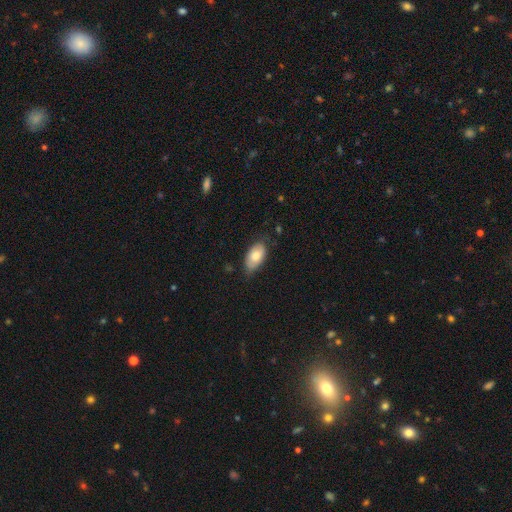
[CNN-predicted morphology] Overall: smooth (76%). How rounded: in between (94%). Merging: none (71%).